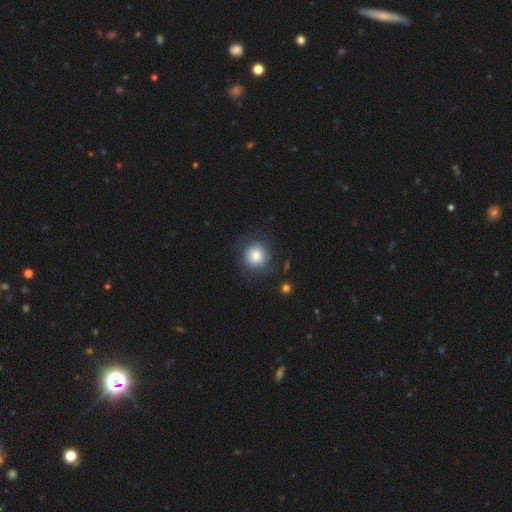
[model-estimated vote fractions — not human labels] Smooth or featured?
  - smooth: 76% *
  - featured or disk: 15%
  - star or artifact: 9%
How rounded?
  - round: 92% *
  - in between: 7%
  - cigar-shaped: 1%
Merging?
  - none: 75% *
  - minor disturbance: 16%
  - major disturbance: 8%
  - merger: 2%